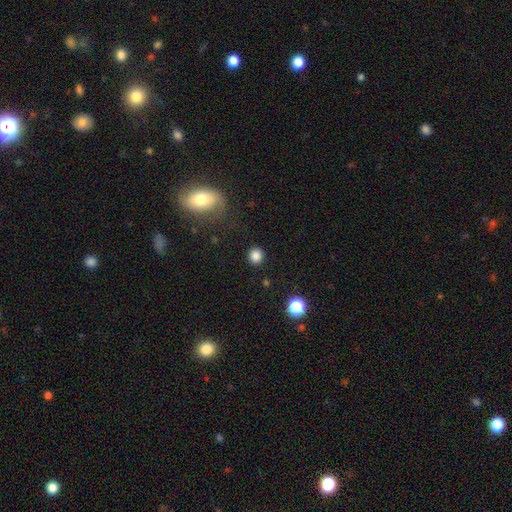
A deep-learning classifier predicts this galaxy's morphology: smooth 85%, star or artifact 11%, featured or disk 4%. Down the decision tree: how rounded — round (90%); merging — none (89%).